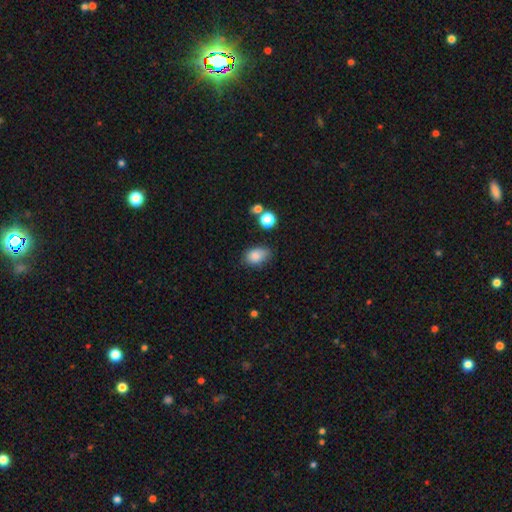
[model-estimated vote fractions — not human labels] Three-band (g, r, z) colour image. It shows a smooth galaxy with no disk features (84%) that is in between round and cigar-shaped (82%). Merging: none (59%).